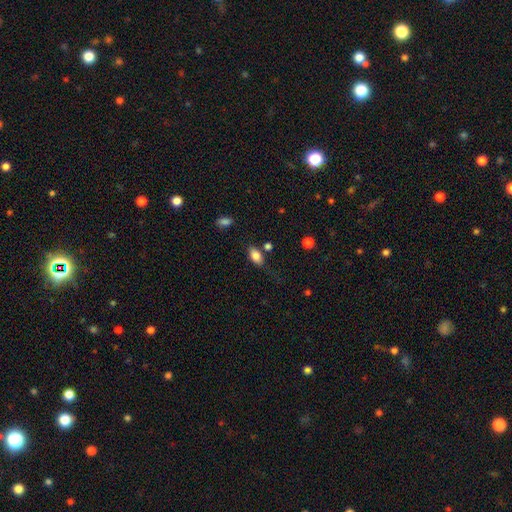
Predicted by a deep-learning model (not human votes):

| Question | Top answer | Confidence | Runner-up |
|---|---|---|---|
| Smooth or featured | smooth | 83% | featured or disk (9%) |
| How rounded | in between | 90% | round (6%) |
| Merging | none | 71% | minor disturbance (18%) |